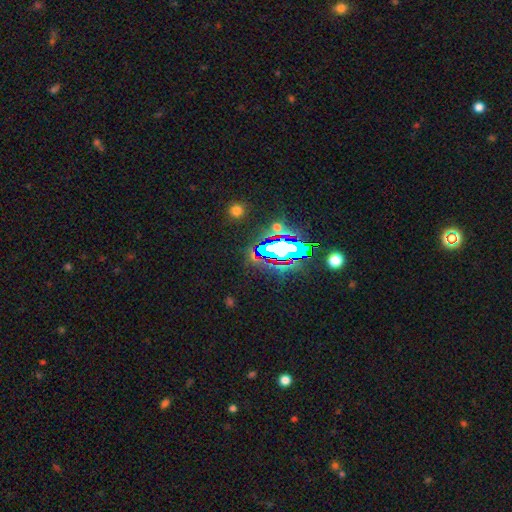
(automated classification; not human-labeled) The model was most divided on "smooth or featured": star or artifact: 64%, smooth: 20%, featured or disk: 15%.